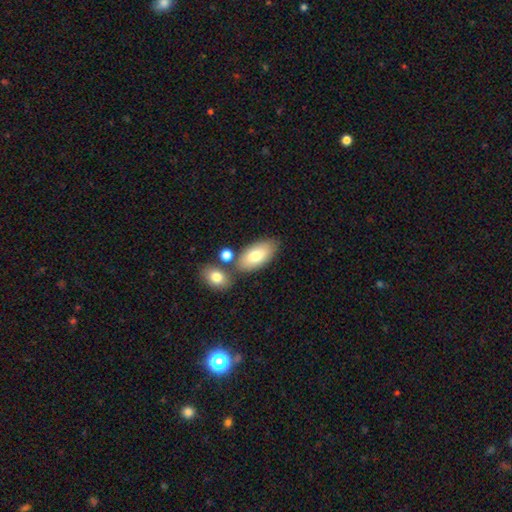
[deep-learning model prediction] Smooth or featured? Predicted: smooth (p=0.75). How rounded? Predicted: in between (p=0.92). Merging? Predicted: none (p=0.69).